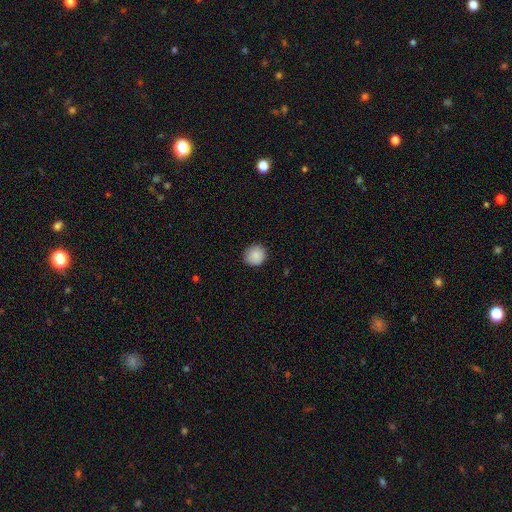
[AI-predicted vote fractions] Smooth or featured?
  - smooth: 89% *
  - star or artifact: 8%
  - featured or disk: 3%
How rounded?
  - round: 91% *
  - in between: 8%
  - cigar-shaped: 1%
Merging?
  - none: 88% *
  - minor disturbance: 9%
  - major disturbance: 2%
  - merger: 1%